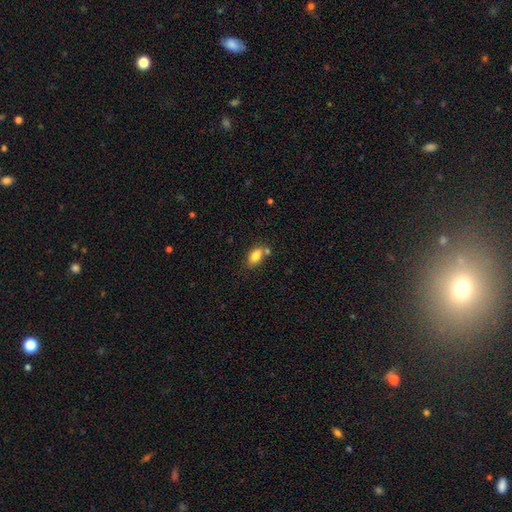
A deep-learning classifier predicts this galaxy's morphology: Smooth or featured?
  - smooth: 81% *
  - featured or disk: 11%
  - star or artifact: 8%
How rounded?
  - in between: 88% *
  - round: 9%
  - cigar-shaped: 4%
Merging?
  - none: 59% *
  - merger: 20%
  - minor disturbance: 16%
  - major disturbance: 4%